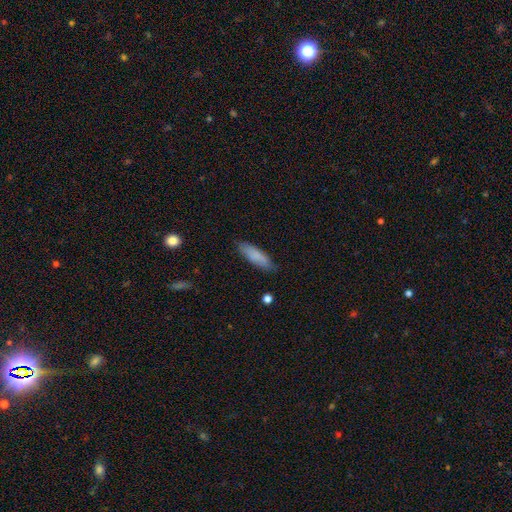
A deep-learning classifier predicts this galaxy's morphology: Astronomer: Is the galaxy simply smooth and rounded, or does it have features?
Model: smooth — 83%.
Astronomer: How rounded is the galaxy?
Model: cigar-shaped — 60% (runner-up: in between, 39%).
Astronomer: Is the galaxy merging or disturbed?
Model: none — 84%.